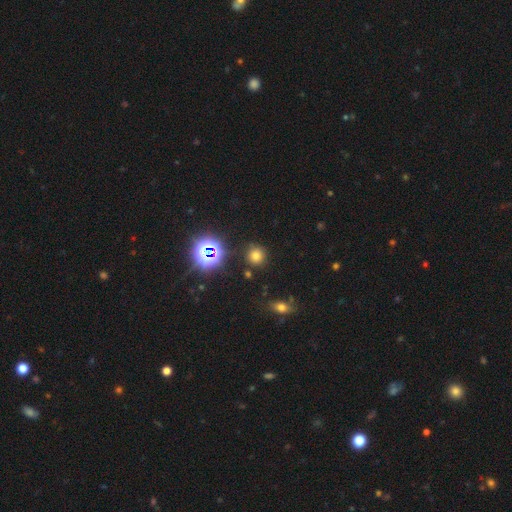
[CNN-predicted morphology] type=smooth (68%); roundness=round (92%); merging=none (85%).